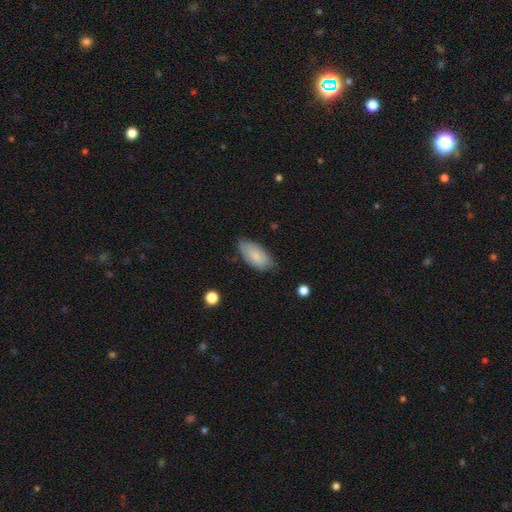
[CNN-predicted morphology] Smooth or featured?
  - smooth: 82% *
  - featured or disk: 12%
  - star or artifact: 6%
How rounded?
  - in between: 92% *
  - cigar-shaped: 5%
  - round: 2%
Merging?
  - none: 71% *
  - minor disturbance: 24%
  - major disturbance: 4%
  - merger: 1%